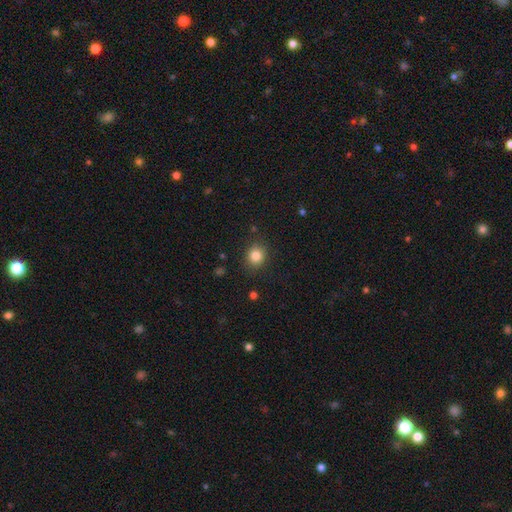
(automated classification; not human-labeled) A smooth galaxy with no disk features (84%) that is round (76%). Merging: none (86%).